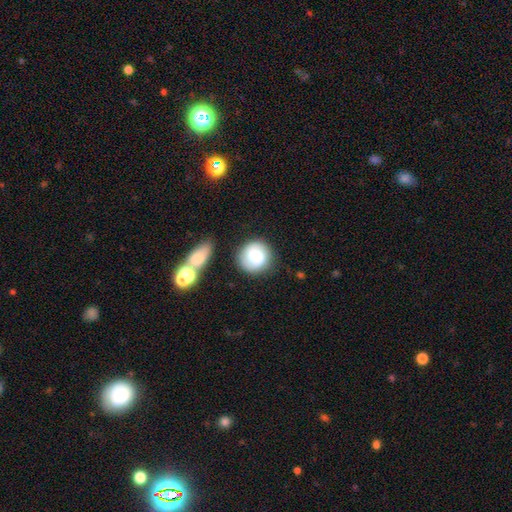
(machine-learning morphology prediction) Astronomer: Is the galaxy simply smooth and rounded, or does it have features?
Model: smooth — 60%.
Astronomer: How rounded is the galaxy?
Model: round — 89%.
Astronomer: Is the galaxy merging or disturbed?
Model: none — 78%.